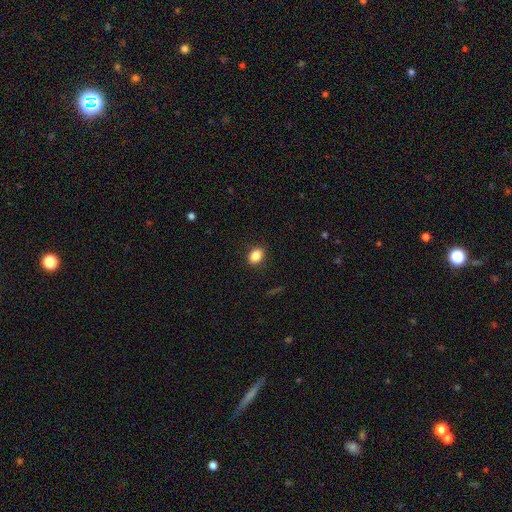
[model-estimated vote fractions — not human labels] Morphology: type=smooth (86%); roundness=in between (73%); merging=none (87%).